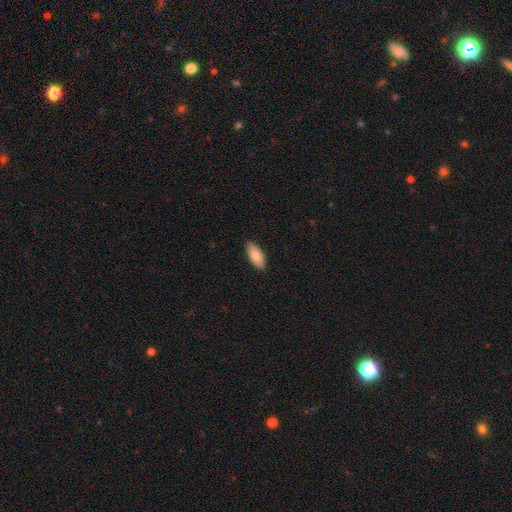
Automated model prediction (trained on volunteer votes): Smooth or featured? Predicted: smooth (p=0.86). How rounded? Predicted: in between (p=0.86). Merging? Predicted: none (p=0.88).